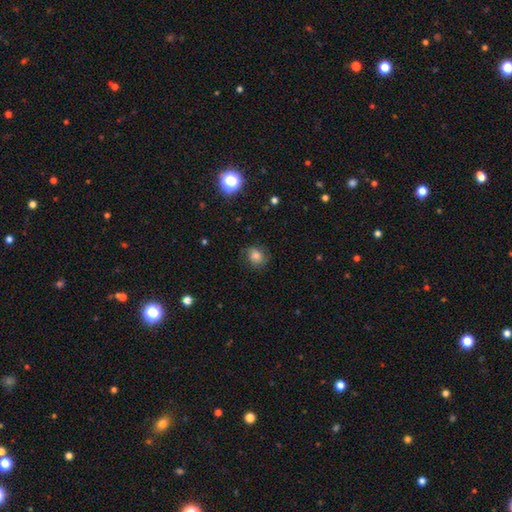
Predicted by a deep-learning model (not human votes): Morphology: type=smooth (69%); roundness=round (65%); merging=none (72%).